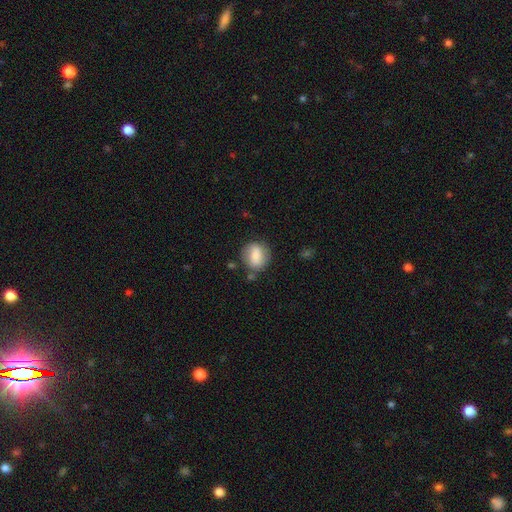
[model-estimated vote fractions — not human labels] Overall: smooth (75%). How rounded: round (67%; in between 32%). Merging: none (69%).